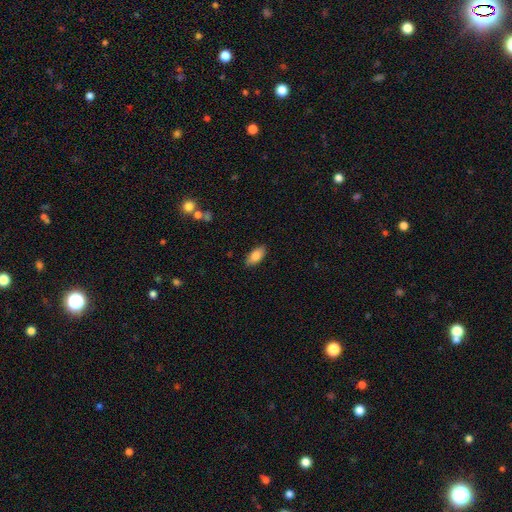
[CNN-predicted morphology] Q: Smooth or featured?
A: smooth (84%); runner-up: featured or disk (10%)
Q: How rounded?
A: in between (90%); runner-up: cigar-shaped (8%)
Q: Merging?
A: none (87%); runner-up: minor disturbance (10%)